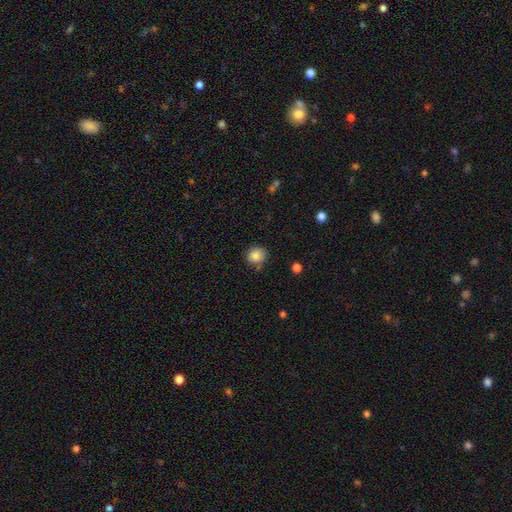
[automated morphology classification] Q: Smooth or featured?
A: smooth (85%); runner-up: star or artifact (9%)
Q: How rounded?
A: round (80%); runner-up: in between (19%)
Q: Merging?
A: none (75%); runner-up: minor disturbance (16%)